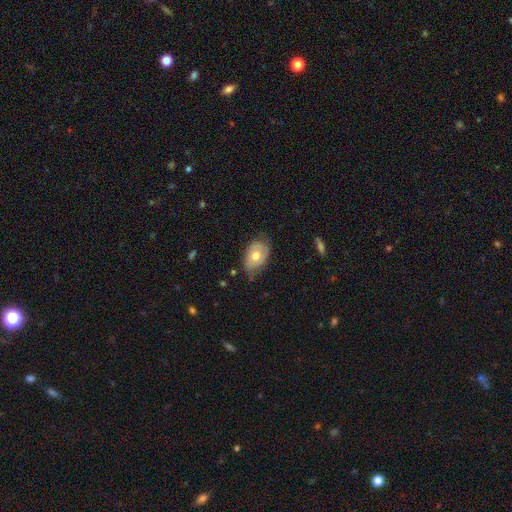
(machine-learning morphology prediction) smooth_or_featured: smooth (p=0.60) [alt: featured or disk p=0.33]
how_rounded: in between (p=0.85) [alt: round p=0.14]
merging: none (p=0.66) [alt: minor disturbance p=0.27]